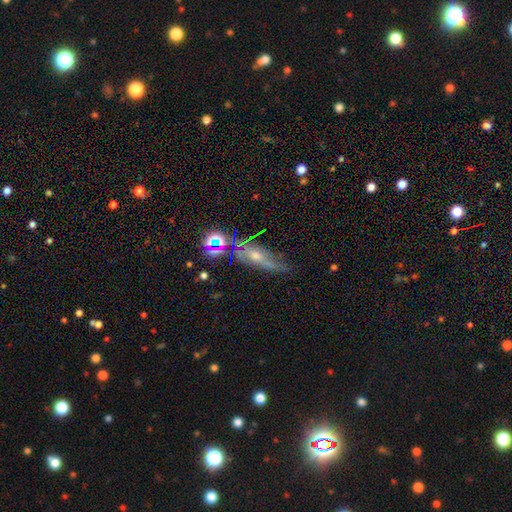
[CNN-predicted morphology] Q: Smooth or featured?
A: featured or disk (43%); runner-up: smooth (38%)
Q: Merging?
A: none (48%); runner-up: minor disturbance (28%)